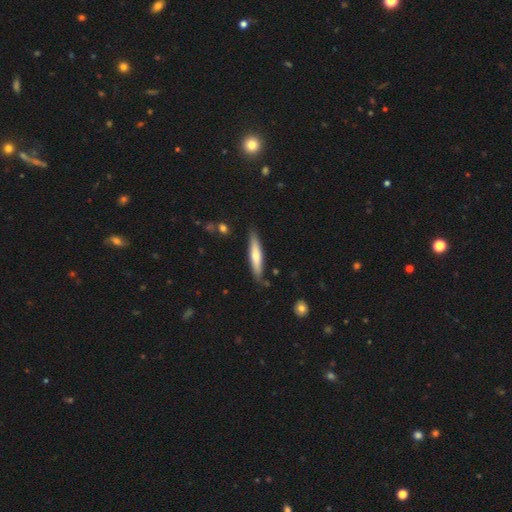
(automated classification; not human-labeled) Smooth or featured? Predicted: smooth (p=0.56). How rounded? Predicted: cigar-shaped (p=0.88). Merging? Predicted: none (p=0.84).